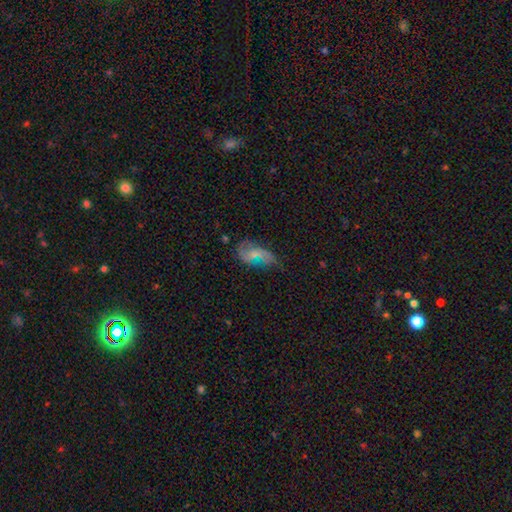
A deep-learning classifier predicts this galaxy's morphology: type=featured or disk (48%); merging=none (46%).